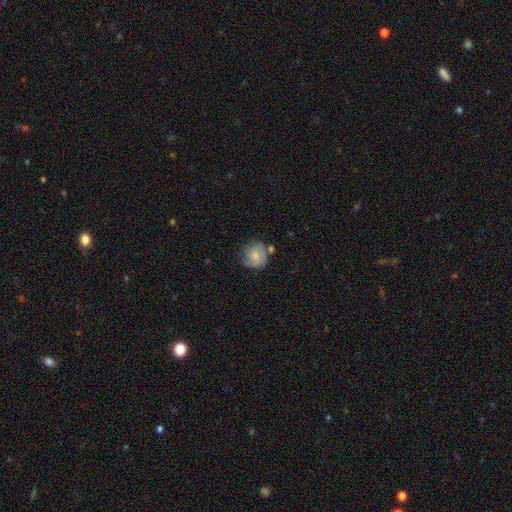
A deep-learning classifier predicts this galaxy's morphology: Smooth or featured: smooth — 65% (featured or disk — 27%)
How rounded: round — 86% (in between — 13%)
Merging: none — 59% (minor disturbance — 25%)